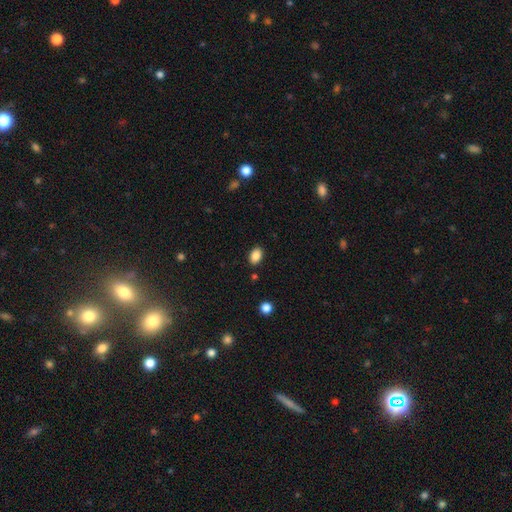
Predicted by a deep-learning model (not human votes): The model was most divided on "how rounded": in between: 84%, round: 15%, cigar-shaped: 1%. More confident: smooth or featured — smooth (87%); merging — none (87%).